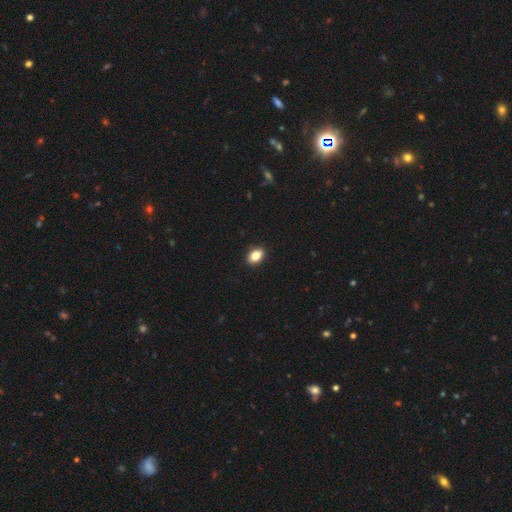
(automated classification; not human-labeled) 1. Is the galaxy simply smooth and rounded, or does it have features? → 84% smooth, 9% star or artifact, 7% featured or disk.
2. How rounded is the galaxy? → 83% in between, 15% round, 2% cigar-shaped.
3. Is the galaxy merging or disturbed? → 91% none, 7% minor disturbance, 2% major disturbance, 1% merger.